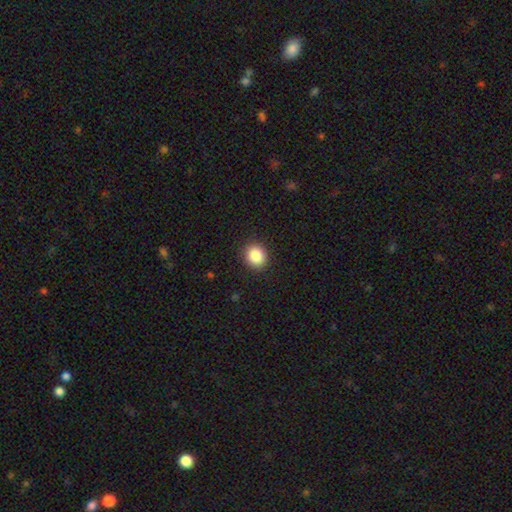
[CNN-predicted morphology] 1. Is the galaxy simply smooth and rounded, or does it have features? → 87% smooth, 9% star or artifact, 4% featured or disk.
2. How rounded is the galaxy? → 74% round, 25% in between, 1% cigar-shaped.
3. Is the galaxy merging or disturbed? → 91% none, 6% minor disturbance, 2% major disturbance, 1% merger.